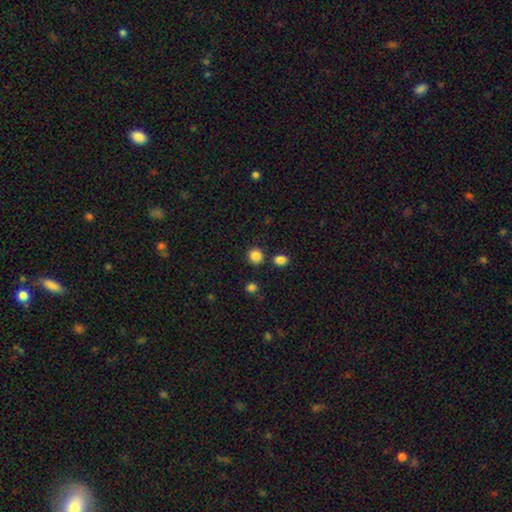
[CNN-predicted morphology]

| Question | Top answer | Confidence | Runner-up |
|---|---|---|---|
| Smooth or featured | smooth | 85% | star or artifact (11%) |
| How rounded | round | 86% | in between (13%) |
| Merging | none | 82% | merger (8%) |